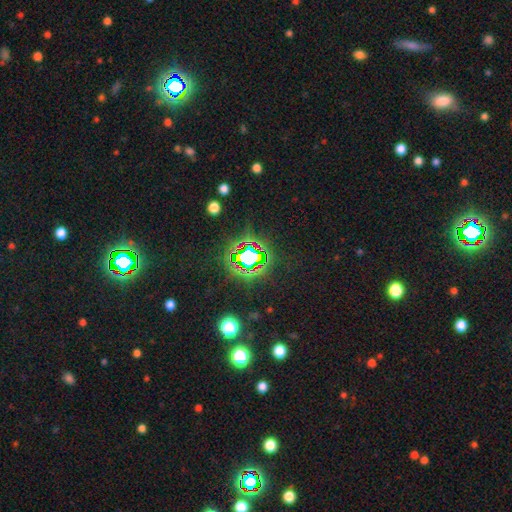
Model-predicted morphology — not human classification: Overall: star or artifact (84%).